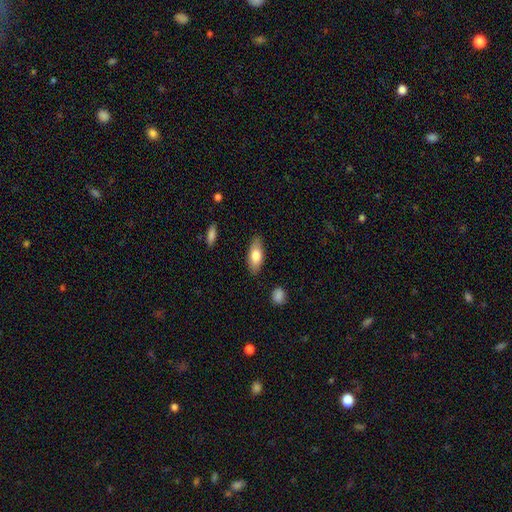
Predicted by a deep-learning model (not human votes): This is likely a smooth galaxy (74%). How rounded: likely in between (77%). Merging: clearly none (85%).